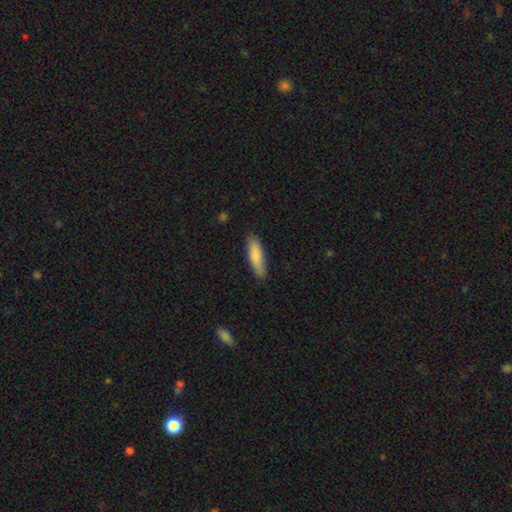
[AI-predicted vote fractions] A smooth galaxy with no disk features (80%) that is cigar-shaped (63%). Merging: none (84%).